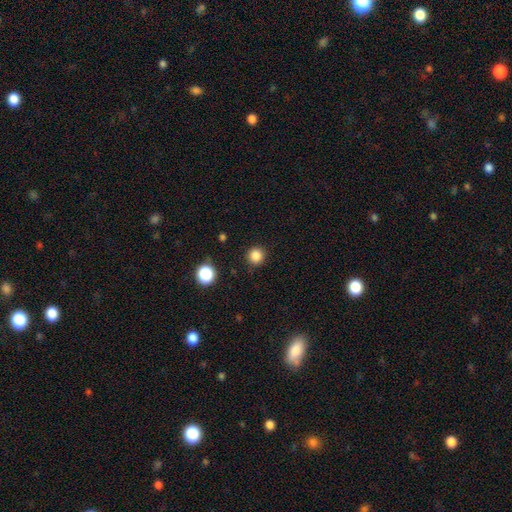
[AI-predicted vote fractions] smooth 84%, star or artifact 12%, featured or disk 3%. Down the decision tree: how rounded — round (93%); merging — none (90%).